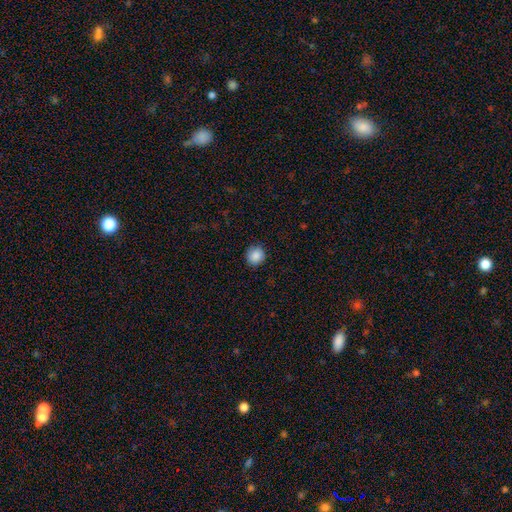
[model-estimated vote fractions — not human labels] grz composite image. It shows a smooth galaxy with no disk features (88%) that is round (90%). Merging: none (89%).